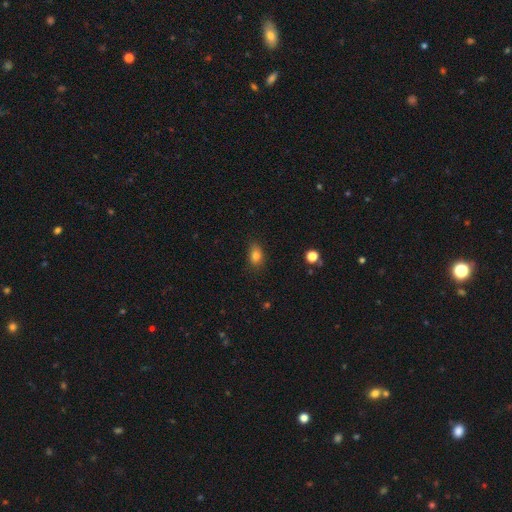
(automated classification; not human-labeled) Smooth or featured? smooth (82%)
How rounded? in between (80%)
Merging? none (79%)